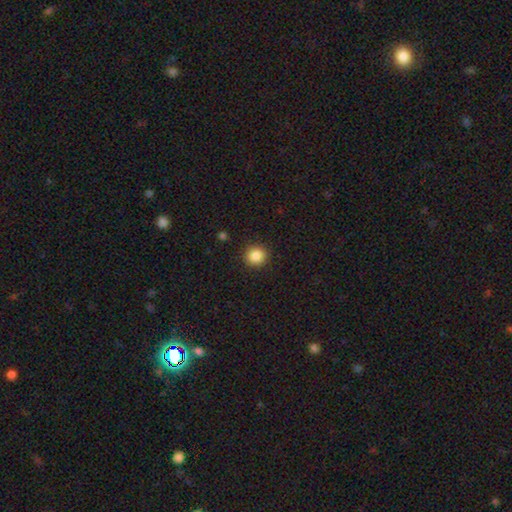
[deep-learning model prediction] Overall: smooth (86%). How rounded: round (91%). Merging: none (91%).